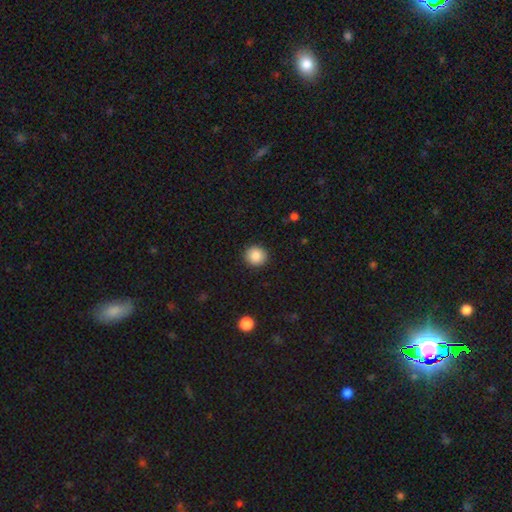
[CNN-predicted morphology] Smooth or featured?
  - smooth: 87% *
  - star or artifact: 9%
  - featured or disk: 5%
How rounded?
  - round: 89% *
  - in between: 10%
  - cigar-shaped: 1%
Merging?
  - none: 92% *
  - minor disturbance: 5%
  - major disturbance: 2%
  - merger: 1%